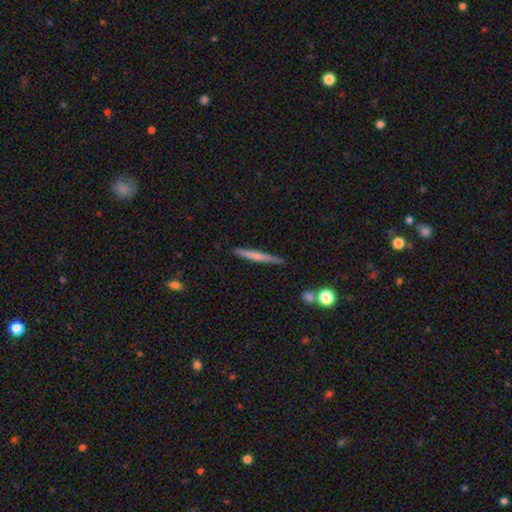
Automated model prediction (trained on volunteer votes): A smooth galaxy with no disk features (53%) that is cigar-shaped (95%). Merging: none (88%).